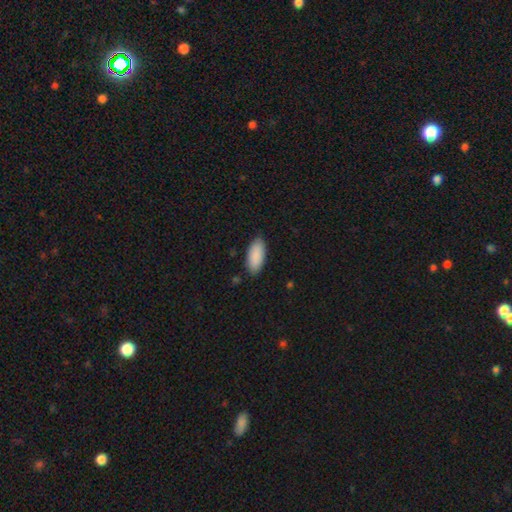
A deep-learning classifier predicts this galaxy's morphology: A smooth galaxy with no disk features (90%) that is in between round and cigar-shaped (88%). Merging: none (85%).